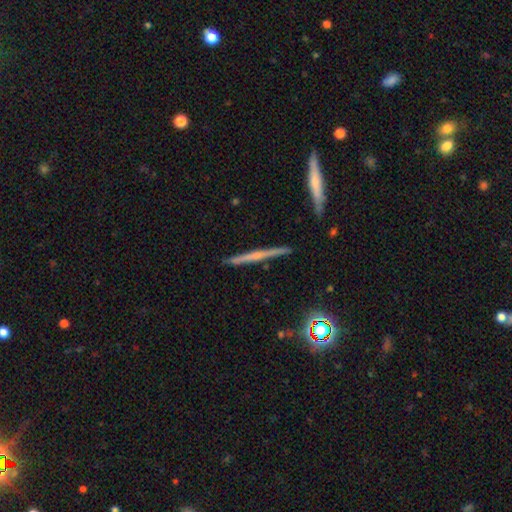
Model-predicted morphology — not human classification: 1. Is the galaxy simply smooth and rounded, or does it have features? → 58% featured or disk, 33% smooth, 9% star or artifact.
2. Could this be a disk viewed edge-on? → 97% yes, 3% no.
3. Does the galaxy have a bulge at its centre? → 65% none, 25% rounded, 9% boxy.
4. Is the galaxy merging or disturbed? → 88% none, 8% minor disturbance, 2% merger, 2% major disturbance.